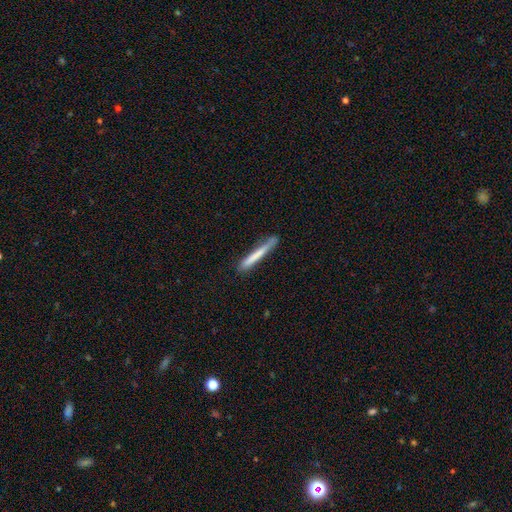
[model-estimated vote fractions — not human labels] smooth-or-featured: smooth: 70% | featured or disk: 24% | star or artifact: 6%
  how-rounded: cigar-shaped: 96% | in between: 2% | round: 1%
  merging: none: 80% | minor disturbance: 15% | major disturbance: 3% | merger: 2%